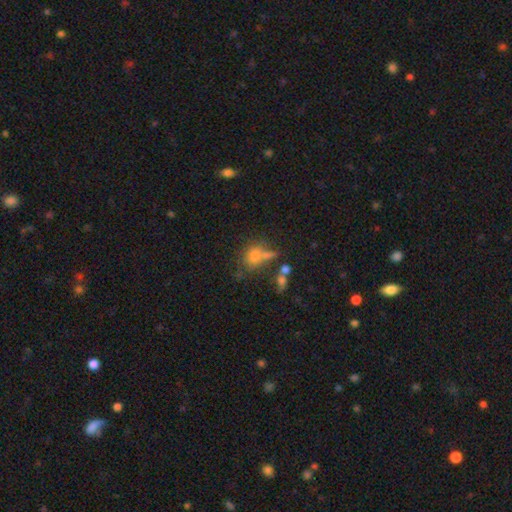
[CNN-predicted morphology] Smooth or featured? smooth (67%)
How rounded? in between (62%)
Merging? none (37%)